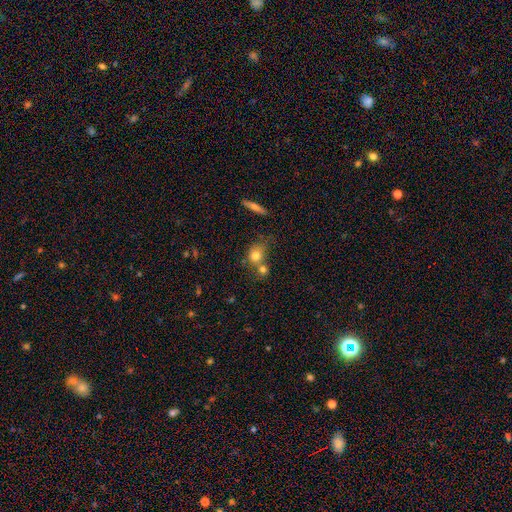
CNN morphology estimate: A smooth galaxy with no disk features (76%) that is round (69%).

Vote fractions:
- Smooth or featured? smooth: 76% / featured or disk: 13% / star or artifact: 11%
- How rounded? round: 69% / in between: 29% / cigar-shaped: 2%
- Merging? merger: 45% / none: 38% / minor disturbance: 11% / major disturbance: 6%